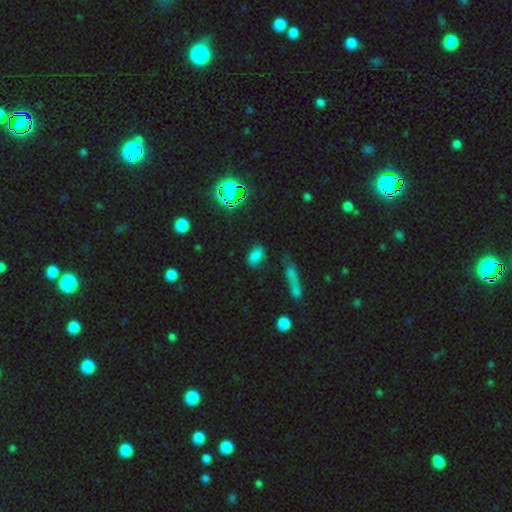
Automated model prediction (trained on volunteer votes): The model was most divided on "smooth or featured": smooth: 69%, star or artifact: 22%, featured or disk: 9%. More confident: how rounded — in between (86%); merging — none (70%).